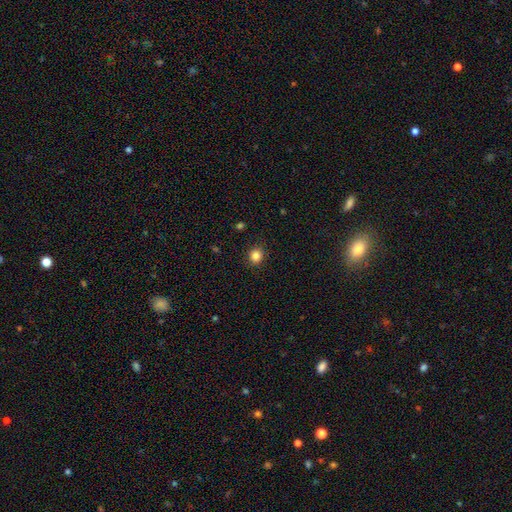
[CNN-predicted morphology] A smooth galaxy with no disk features (84%) that is round (83%).

Vote fractions:
- Smooth or featured? smooth: 84% / star or artifact: 12% / featured or disk: 4%
- How rounded? round: 83% / in between: 17% / cigar-shaped: 1%
- Merging? none: 89% / minor disturbance: 8% / major disturbance: 2% / merger: 1%